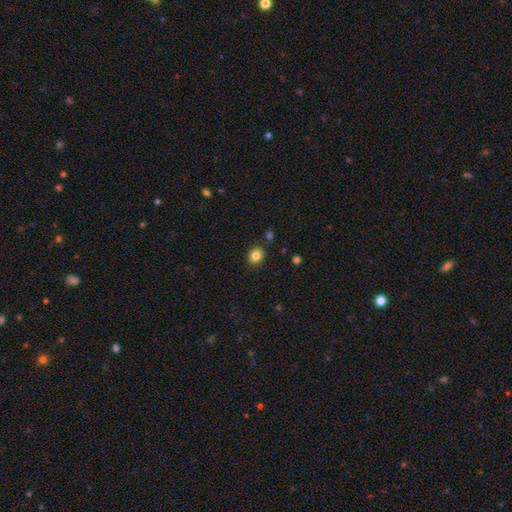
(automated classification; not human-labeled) A smooth galaxy with no disk features (85%) that is round (64%).

Vote fractions:
- Smooth or featured? smooth: 85% / star or artifact: 10% / featured or disk: 5%
- How rounded? round: 64% / in between: 35% / cigar-shaped: 1%
- Merging? none: 87% / minor disturbance: 8% / merger: 3% / major disturbance: 2%